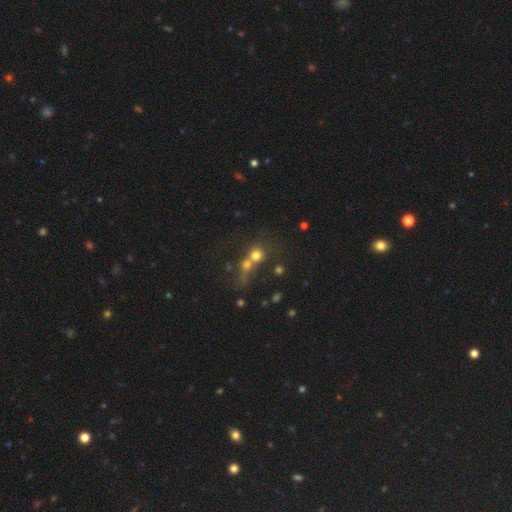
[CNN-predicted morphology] type=smooth (66%); roundness=round (82%); merging=merger (61%).